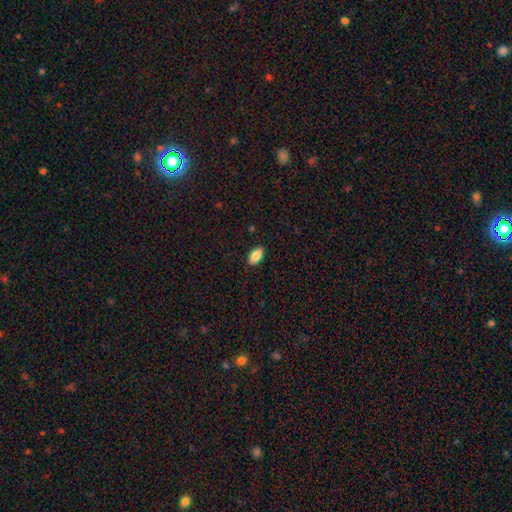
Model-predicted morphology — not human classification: This appears to be a smooth galaxy with no disk features (86%) that is in between round and cigar-shaped (93%). Merging: none (89%).